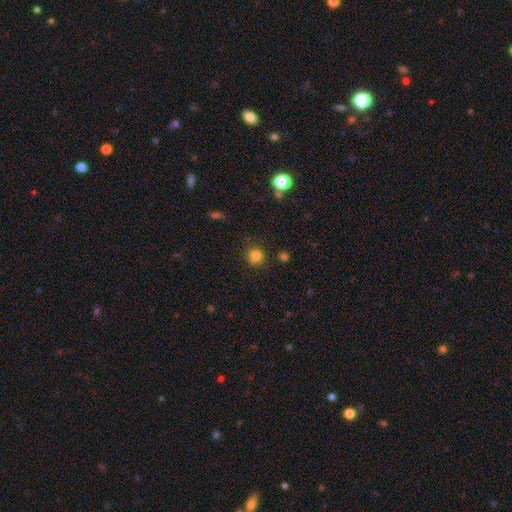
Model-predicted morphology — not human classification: smooth_or_featured: smooth (p=0.80) [alt: star or artifact p=0.14]
how_rounded: round (p=0.86) [alt: in between p=0.13]
merging: none (p=0.75) [alt: minor disturbance p=0.16]